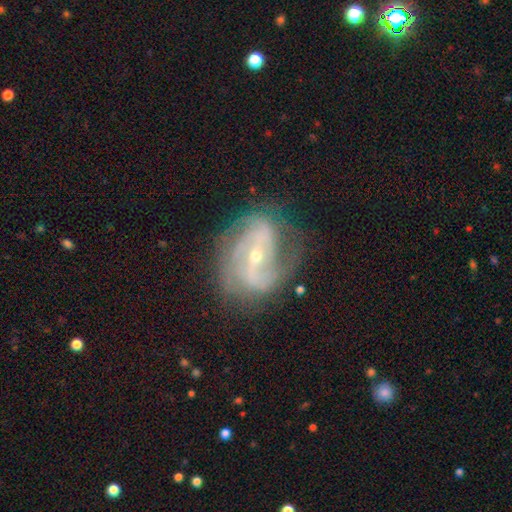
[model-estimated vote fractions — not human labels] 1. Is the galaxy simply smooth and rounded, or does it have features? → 86% featured or disk, 7% smooth, 7% star or artifact.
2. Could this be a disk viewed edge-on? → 96% no, 4% yes.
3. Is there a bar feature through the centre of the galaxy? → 38% weak, 36% strong, 26% no.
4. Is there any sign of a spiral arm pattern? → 93% yes, 7% no.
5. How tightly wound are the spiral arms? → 46% medium, 31% tight, 23% loose.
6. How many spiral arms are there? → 58% 2, 16% can't tell, 14% 3, 5% 1, 4% 4, 3% more than 4.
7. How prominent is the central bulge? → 64% small, 33% moderate, 1% large, 1% none, 1% dominant.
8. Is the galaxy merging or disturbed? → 64% none, 22% minor disturbance, 13% major disturbance, 2% merger.